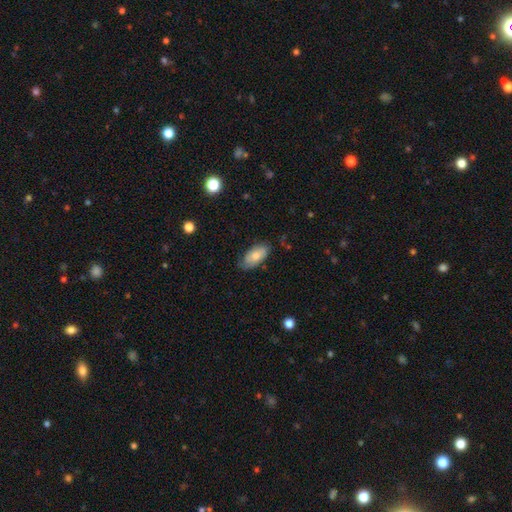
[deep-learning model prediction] Smooth or featured: smooth — 73% (featured or disk — 21%)
How rounded: in between — 92% (cigar-shaped — 6%)
Merging: none — 71% (minor disturbance — 23%)